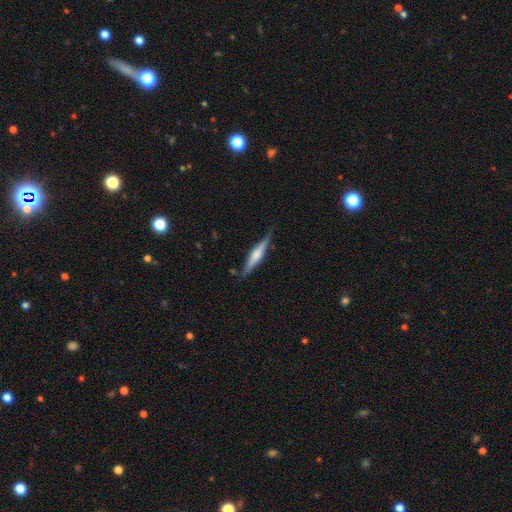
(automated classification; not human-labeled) Smooth or featured?
  - featured or disk: 60% *
  - smooth: 35%
  - star or artifact: 6%
Edge-on disk?
  - yes: 97% *
  - no: 3%
Edge-on bulge?
  - rounded: 68% *
  - boxy: 20%
  - none: 12%
Merging?
  - none: 84% *
  - minor disturbance: 12%
  - major disturbance: 2%
  - merger: 2%